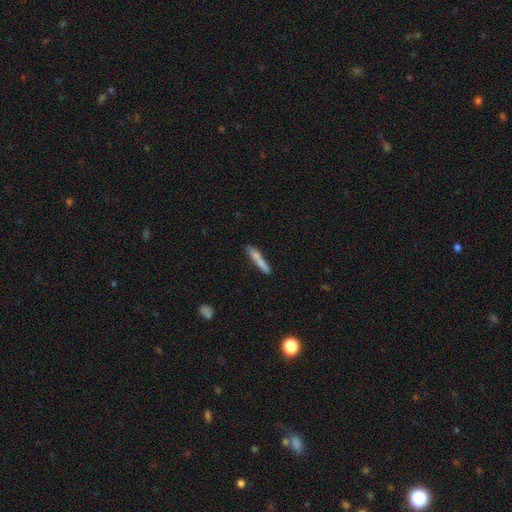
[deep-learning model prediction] smooth-or-featured: smooth: 68% | featured or disk: 25% | star or artifact: 7%
  how-rounded: cigar-shaped: 93% | in between: 6% | round: 2%
  merging: none: 72% | minor disturbance: 16% | merger: 9% | major disturbance: 4%